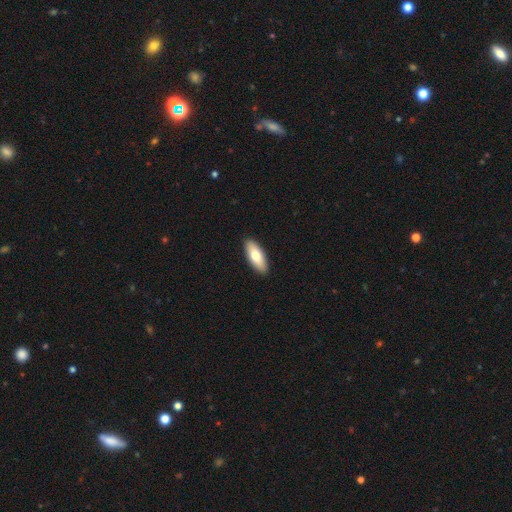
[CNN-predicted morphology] Smooth or featured: smooth — 75% (featured or disk — 19%)
How rounded: in between — 76% (cigar-shaped — 22%)
Merging: none — 91% (minor disturbance — 6%)